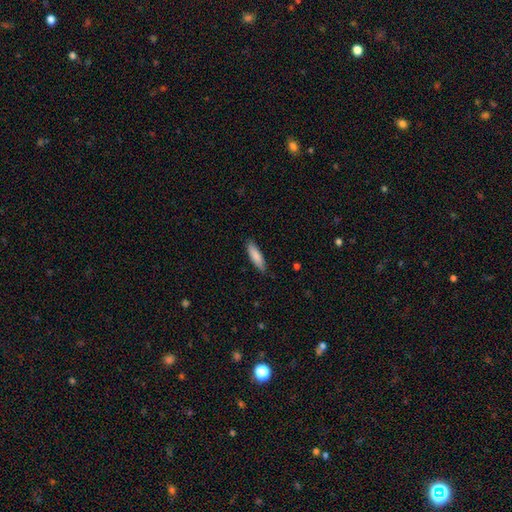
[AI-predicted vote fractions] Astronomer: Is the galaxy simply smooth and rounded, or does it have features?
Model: smooth — 86%.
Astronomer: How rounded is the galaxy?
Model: cigar-shaped — 60% (runner-up: in between, 39%).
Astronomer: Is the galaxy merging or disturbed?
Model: none — 84%.